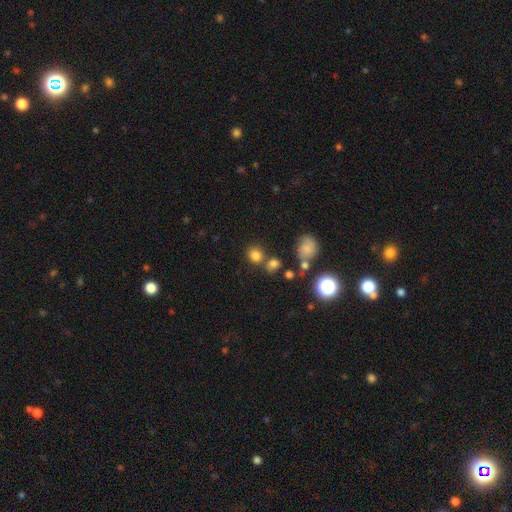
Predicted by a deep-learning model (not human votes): This is likely a smooth galaxy (78%). How rounded: likely round (79%). Merging: likely none (66%).